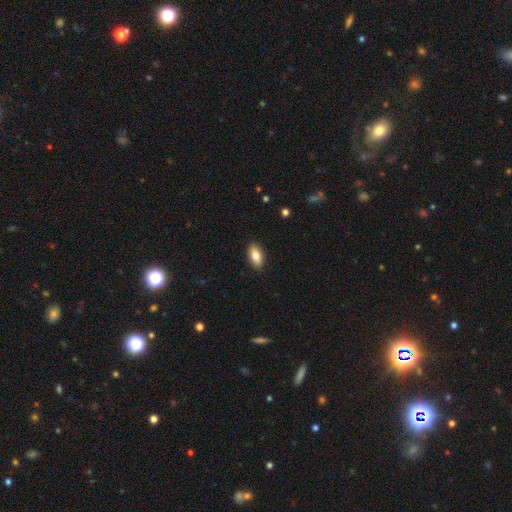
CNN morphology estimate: Smooth or featured? Predicted: smooth (p=0.83). How rounded? Predicted: in between (p=0.91). Merging? Predicted: none (p=0.90).